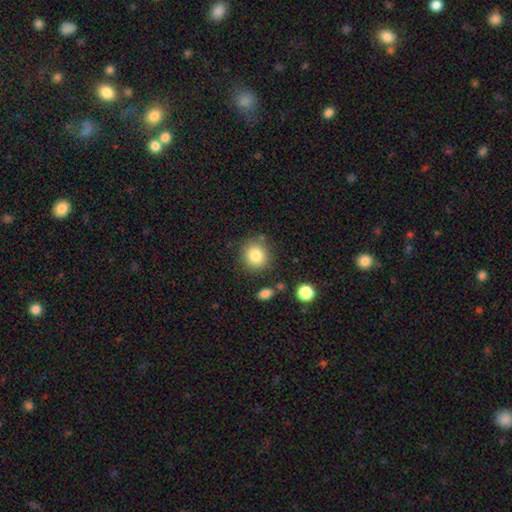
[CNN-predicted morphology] smooth_or_featured: smooth (p=0.83) [alt: star or artifact p=0.10]
how_rounded: round (p=0.86) [alt: in between p=0.13]
merging: none (p=0.81) [alt: minor disturbance p=0.11]